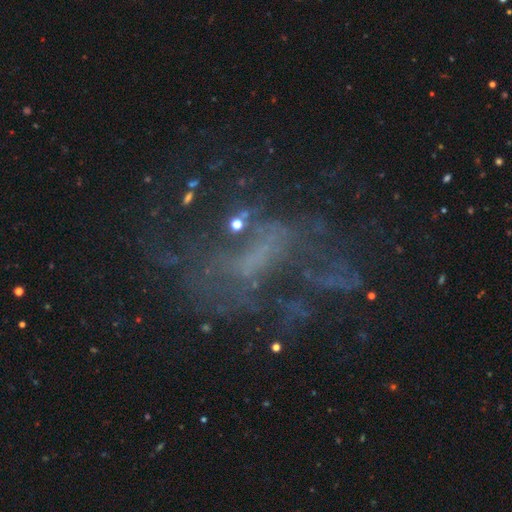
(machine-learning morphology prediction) This is possibly a featured or disk galaxy (54%). It is clearly not viewed edge-on (94%). Bar: likely no (62%). Spiral arm pattern: likely no (73%). Central bulge: likely none (65%). Merging: marginally none (42%).